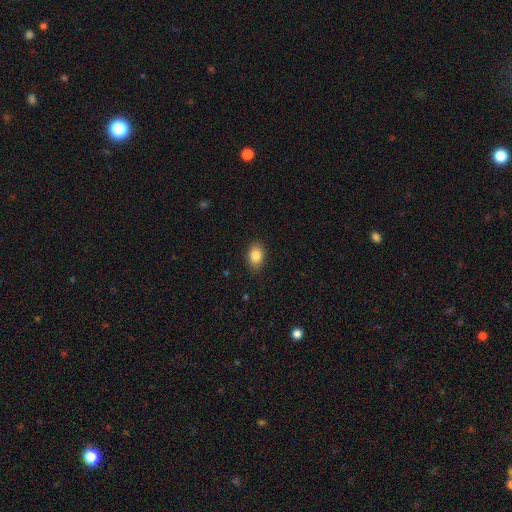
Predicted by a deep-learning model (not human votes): Q: Smooth or featured?
A: smooth (85%); runner-up: star or artifact (8%)
Q: How rounded?
A: in between (81%); runner-up: round (17%)
Q: Merging?
A: none (87%); runner-up: minor disturbance (10%)